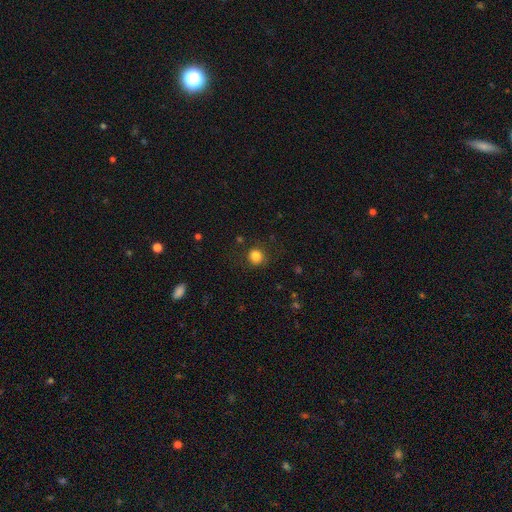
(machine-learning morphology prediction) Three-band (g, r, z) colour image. It shows a smooth galaxy with no disk features (83%) that is round (89%). Merging: none (85%).